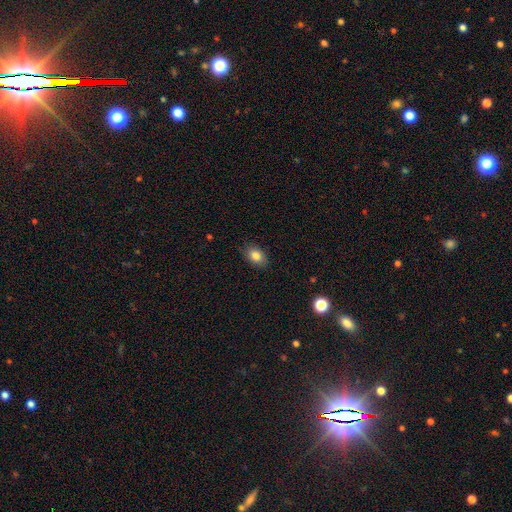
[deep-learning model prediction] Overall: smooth (84%). How rounded: in between (79%). Merging: none (85%).